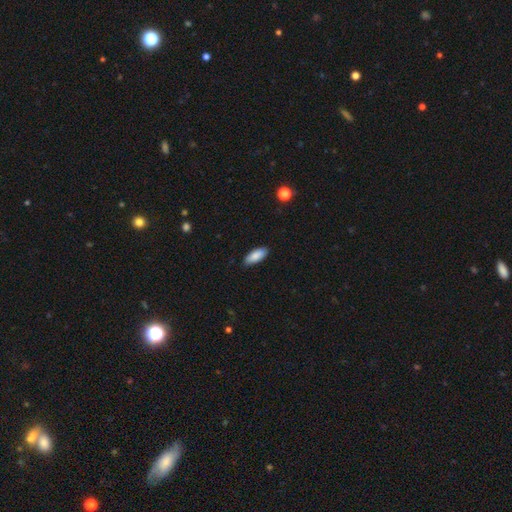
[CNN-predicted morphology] Smooth or featured? smooth (87%)
How rounded? in between (81%)
Merging? none (88%)